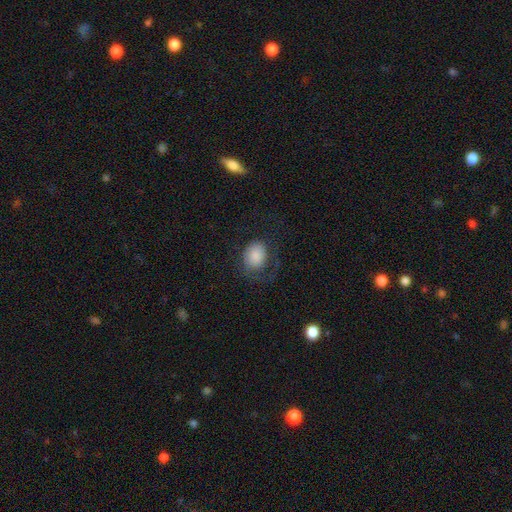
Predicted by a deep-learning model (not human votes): A smooth galaxy with no disk features (75%) that is in between round and cigar-shaped (52%).

Vote fractions:
- Smooth or featured? smooth: 75% / featured or disk: 16% / star or artifact: 8%
- How rounded? in between: 52% / round: 48% / cigar-shaped: 1%
- Merging? none: 49% / major disturbance: 28% / minor disturbance: 21% / merger: 2%